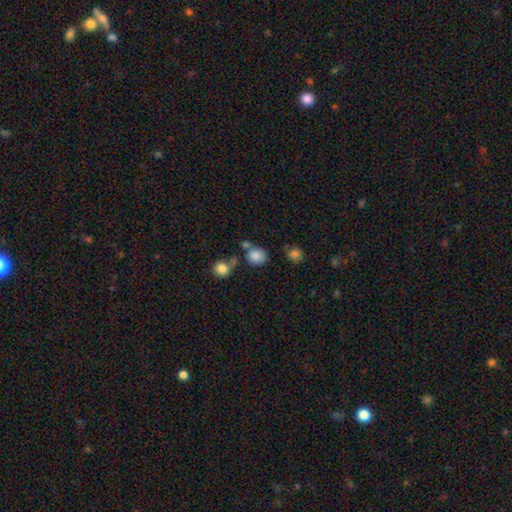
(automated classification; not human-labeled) Morphology: type=smooth (83%); roundness=round (76%); merging=none (62%).